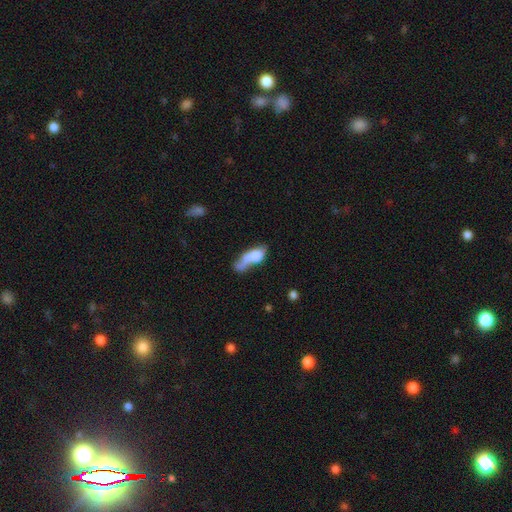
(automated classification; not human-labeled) Overall: smooth (61%; featured or disk 30%). How rounded: in between (65%). Merging: merger (44%; major disturbance 25%).